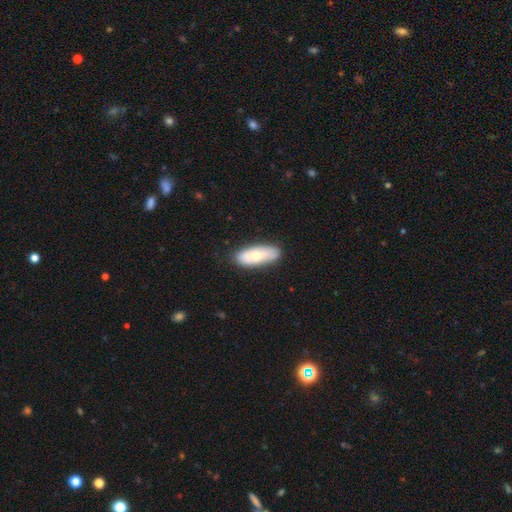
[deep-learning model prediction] Smooth or featured? Predicted: smooth (p=0.66). How rounded? Predicted: in between (p=0.75). Merging? Predicted: none (p=0.83).